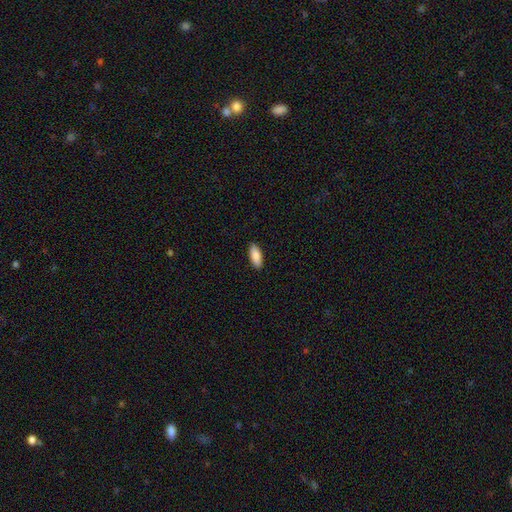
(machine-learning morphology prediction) Smooth or featured? Predicted: smooth (p=0.88). How rounded? Predicted: in between (p=0.80). Merging? Predicted: none (p=0.90).